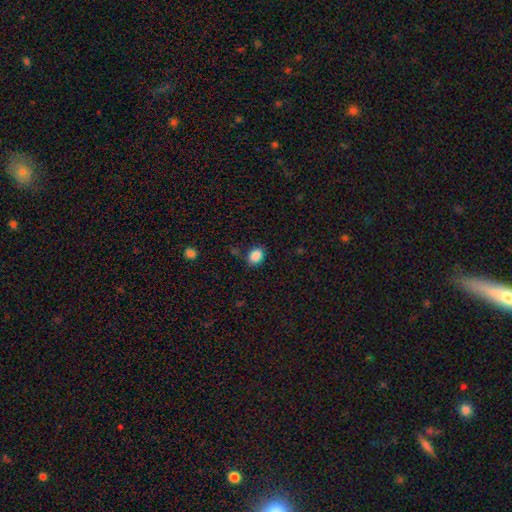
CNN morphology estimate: smooth-or-featured: smooth: 88% | star or artifact: 9% | featured or disk: 3%
  how-rounded: in between: 64% | round: 35% | cigar-shaped: 1%
  merging: none: 82% | minor disturbance: 13% | major disturbance: 3% | merger: 2%